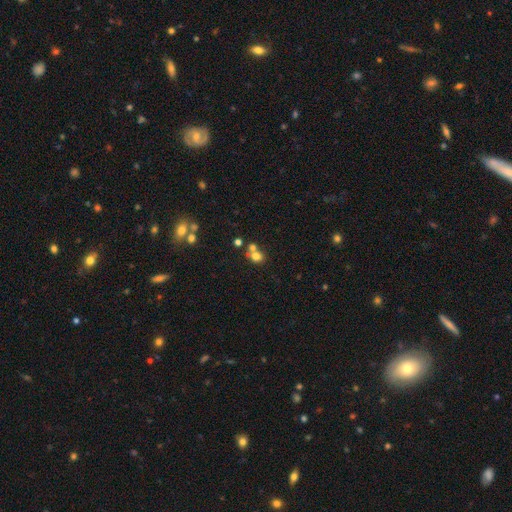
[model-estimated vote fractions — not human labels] Morphology: type=smooth (72%); roundness=round (68%); merging=none (45%).